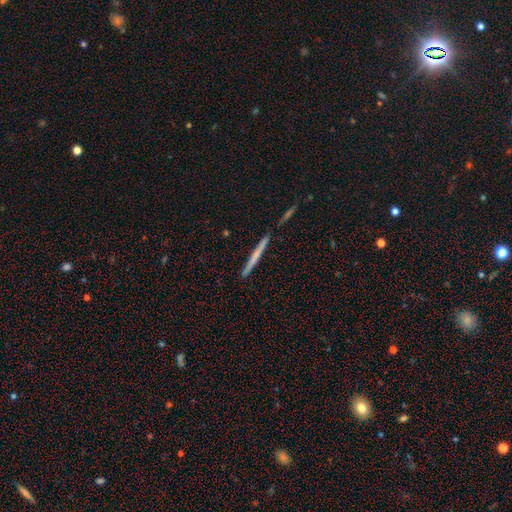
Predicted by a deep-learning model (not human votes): Smooth or featured? smooth (47%, tied with featured or disk)
Merging? none (87%)